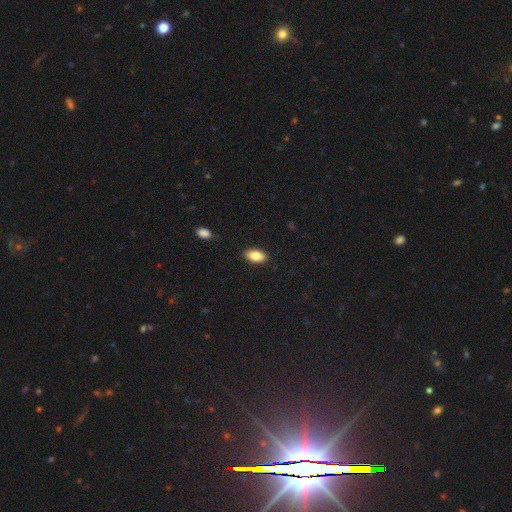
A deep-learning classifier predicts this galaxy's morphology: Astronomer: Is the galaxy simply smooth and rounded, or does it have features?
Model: smooth — 85%.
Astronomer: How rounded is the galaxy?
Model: in between — 92%.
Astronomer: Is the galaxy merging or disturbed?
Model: none — 89%.